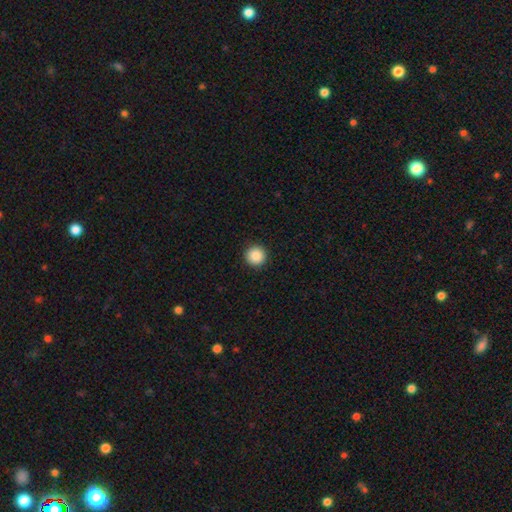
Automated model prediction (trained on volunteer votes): smooth 89%, star or artifact 9%, featured or disk 3%. Down the decision tree: how rounded — round (96%); merging — none (93%).